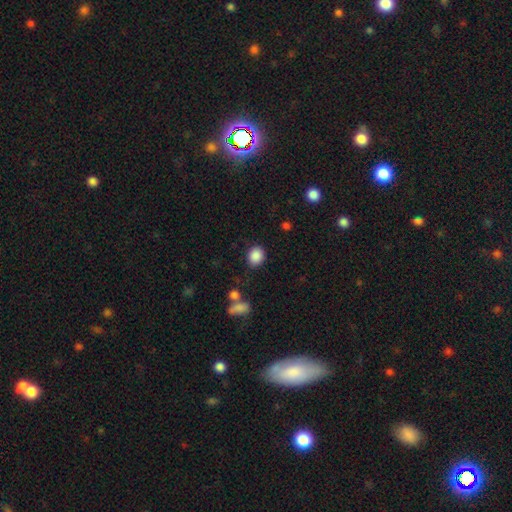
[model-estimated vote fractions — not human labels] The model was most divided on "how rounded": round: 63%, in between: 36%, cigar-shaped: 1%. More confident: smooth or featured — smooth (88%); merging — none (82%).